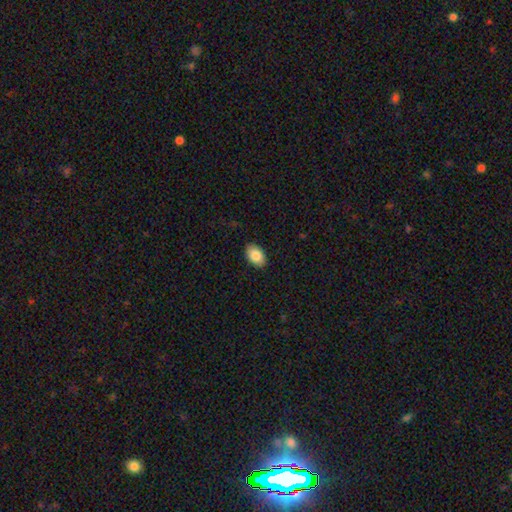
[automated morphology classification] Smooth or featured: smooth — 86% (featured or disk — 7%)
How rounded: in between — 91% (round — 8%)
Merging: none — 89% (minor disturbance — 8%)